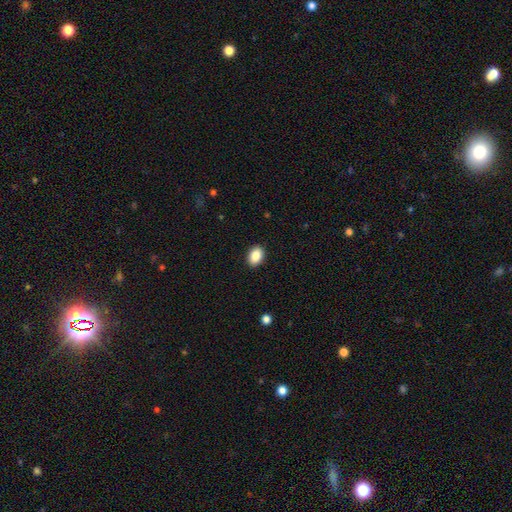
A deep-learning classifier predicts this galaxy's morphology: A smooth galaxy with no disk features (87%) that is in between round and cigar-shaped (84%).

Vote fractions:
- Smooth or featured? smooth: 87% / star or artifact: 8% / featured or disk: 5%
- How rounded? in between: 84% / round: 15% / cigar-shaped: 1%
- Merging? none: 91% / minor disturbance: 7% / major disturbance: 2% / merger: 1%